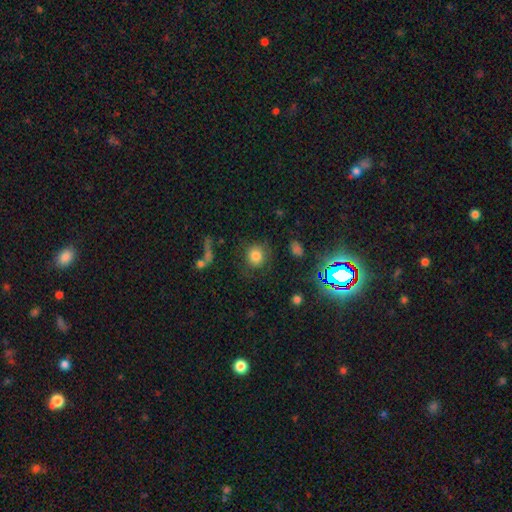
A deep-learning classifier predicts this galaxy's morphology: smooth_or_featured: smooth (p=0.77) [alt: star or artifact p=0.14]
how_rounded: round (p=0.84) [alt: in between p=0.15]
merging: none (p=0.74) [alt: minor disturbance p=0.13]